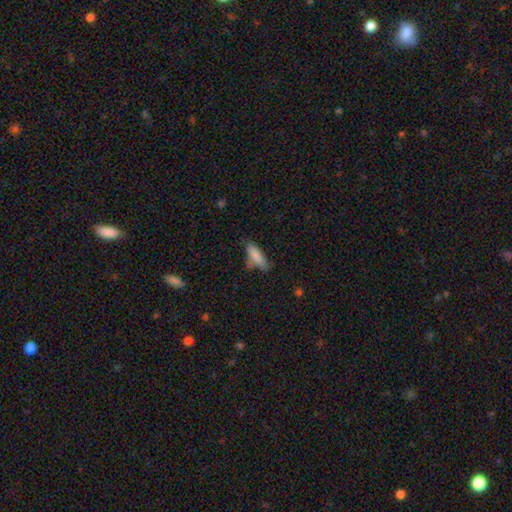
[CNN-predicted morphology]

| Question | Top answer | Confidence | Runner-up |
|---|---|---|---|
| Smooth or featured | smooth | 82% | featured or disk (11%) |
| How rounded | cigar-shaped | 49% | tied: in between (49%) |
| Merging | none | 57% | minor disturbance (28%) |